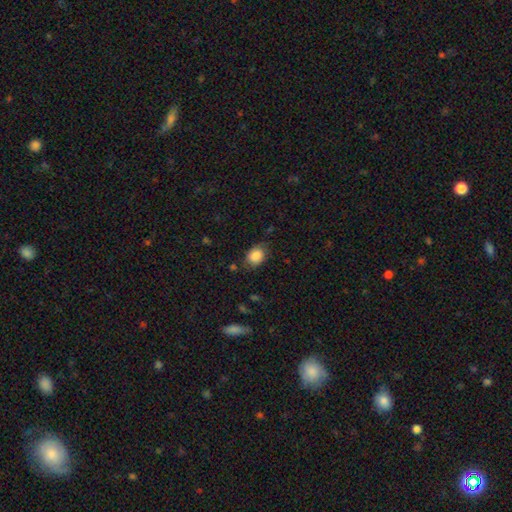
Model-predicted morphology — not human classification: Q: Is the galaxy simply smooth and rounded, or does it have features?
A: smooth — 85%.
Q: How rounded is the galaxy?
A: in between — 66%.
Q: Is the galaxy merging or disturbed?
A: none — 72%.